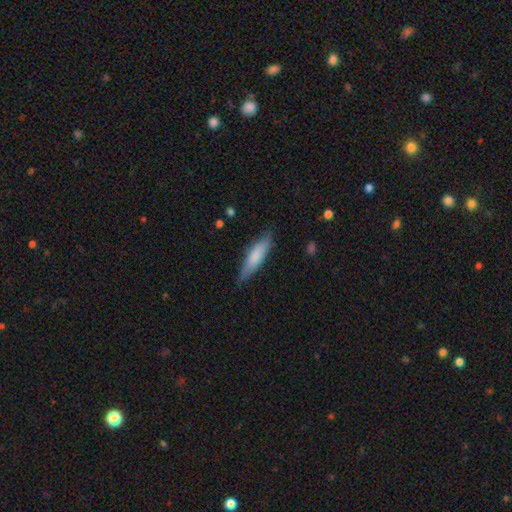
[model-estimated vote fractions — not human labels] Smooth or featured? Predicted: smooth (p=0.72). How rounded? Predicted: cigar-shaped (p=0.70). Merging? Predicted: none (p=0.79).